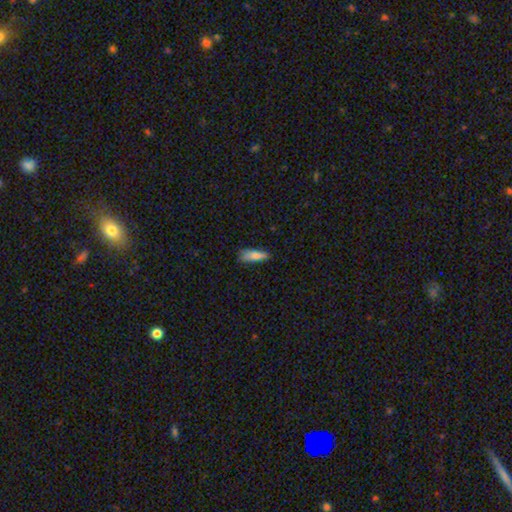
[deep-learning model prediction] Smooth or featured?
  - smooth: 79% *
  - featured or disk: 14%
  - star or artifact: 7%
How rounded?
  - in between: 52% *
  - cigar-shaped: 46%
  - round: 2%
Merging?
  - none: 68% *
  - minor disturbance: 25%
  - major disturbance: 5%
  - merger: 2%